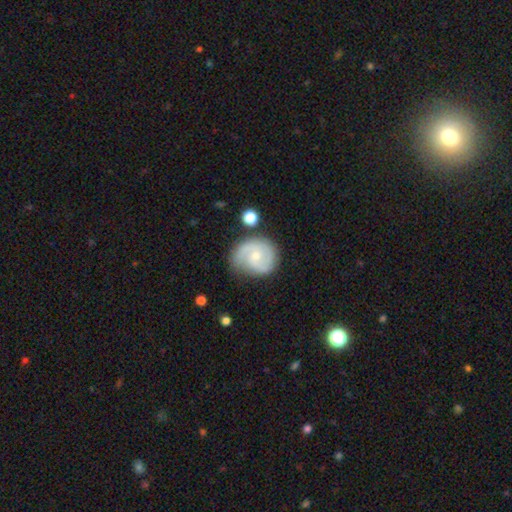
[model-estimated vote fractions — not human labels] The model was most divided on "spiral winding": medium: 44%, tight: 42%, loose: 14%. More confident: edge-on disk — no (98%); spiral arms — yes (94%); smooth or featured — featured or disk (73%); spiral arm count — 2 (72%); merging — none (68%); bar — no (61%); bulge size — small (57%).